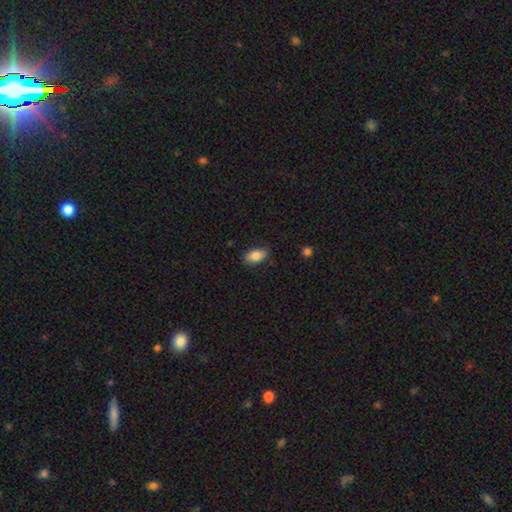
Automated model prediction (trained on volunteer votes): This appears to be a smooth galaxy with no disk features (84%) that is in between round and cigar-shaped (91%). Merging: none (83%).